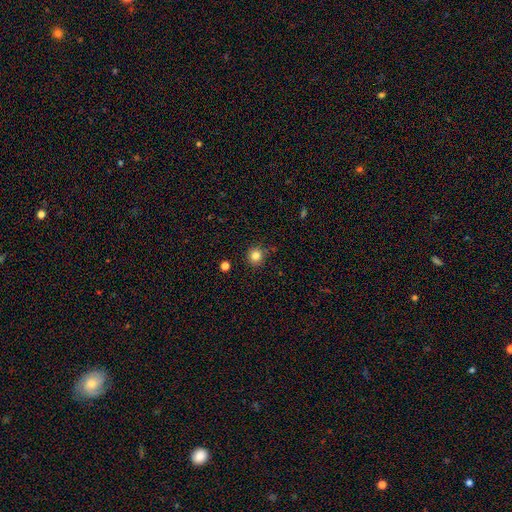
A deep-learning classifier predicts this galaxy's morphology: A smooth galaxy with no disk features (83%) that is round (92%). Merging: none (86%).